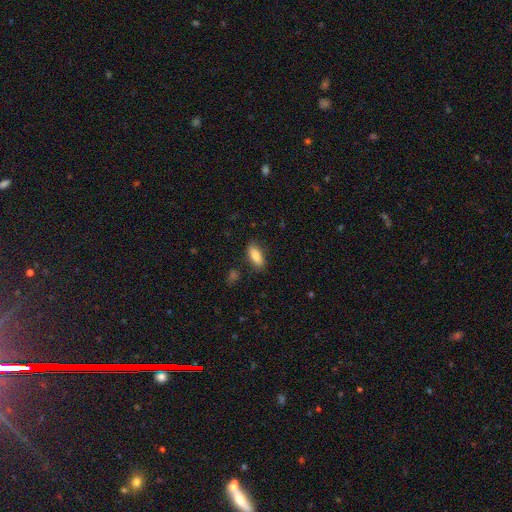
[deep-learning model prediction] Smooth or featured?
  - smooth: 84% *
  - featured or disk: 8%
  - star or artifact: 7%
How rounded?
  - in between: 80% *
  - cigar-shaped: 18%
  - round: 2%
Merging?
  - none: 82% *
  - minor disturbance: 13%
  - major disturbance: 3%
  - merger: 2%